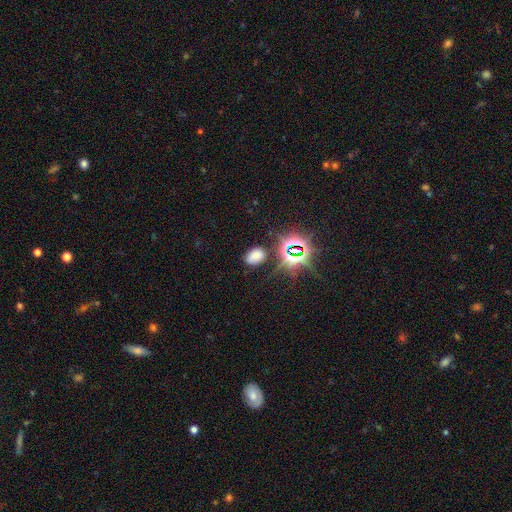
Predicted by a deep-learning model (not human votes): Smooth or featured? smooth (62%)
How rounded? in between (83%)
Merging? none (77%)